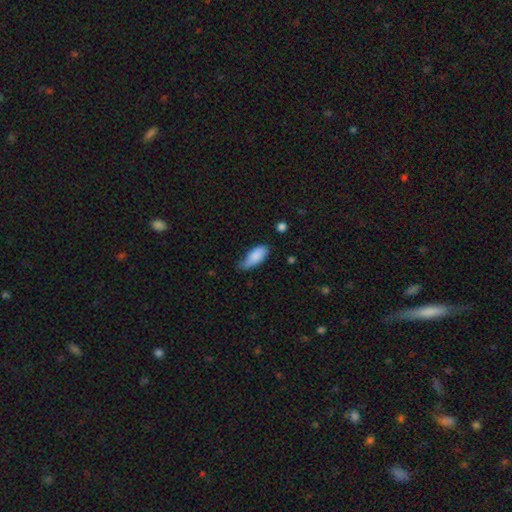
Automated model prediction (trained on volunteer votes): Smooth or featured? smooth (85%)
How rounded? in between (83%)
Merging? none (47%)